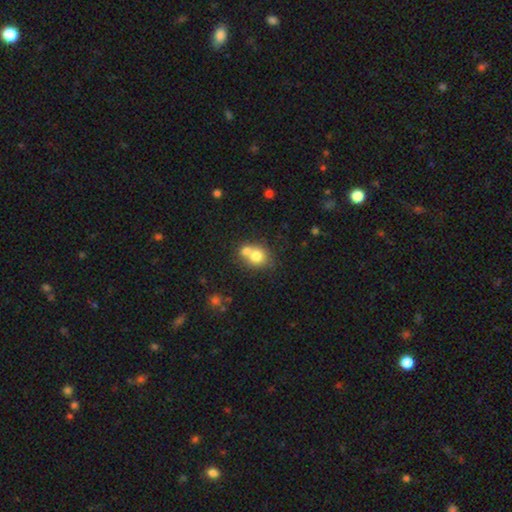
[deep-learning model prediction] A smooth galaxy with no disk features (75%) that is round (67%).

Vote fractions:
- Smooth or featured? smooth: 75% / featured or disk: 15% / star or artifact: 10%
- How rounded? round: 67% / in between: 32% / cigar-shaped: 1%
- Merging? merger: 50% / none: 37% / minor disturbance: 9% / major disturbance: 4%